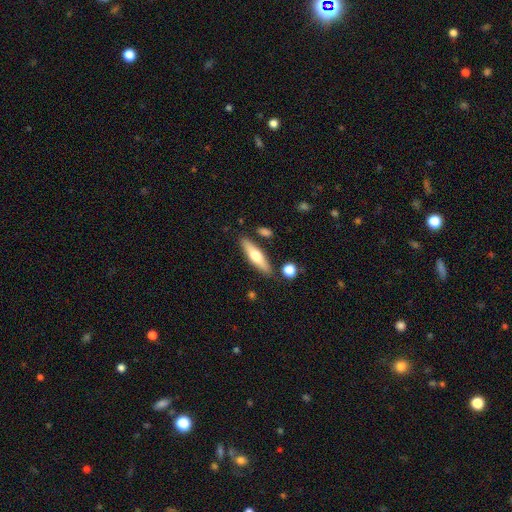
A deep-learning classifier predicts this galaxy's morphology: A smooth galaxy with no disk features (50%) that is cigar-shaped (68%).

Vote fractions:
- Smooth or featured? smooth: 50% / featured or disk: 44% / star or artifact: 6%
- How rounded? cigar-shaped: 68% / in between: 30% / round: 2%
- Merging? none: 84% / minor disturbance: 10% / merger: 4% / major disturbance: 2%